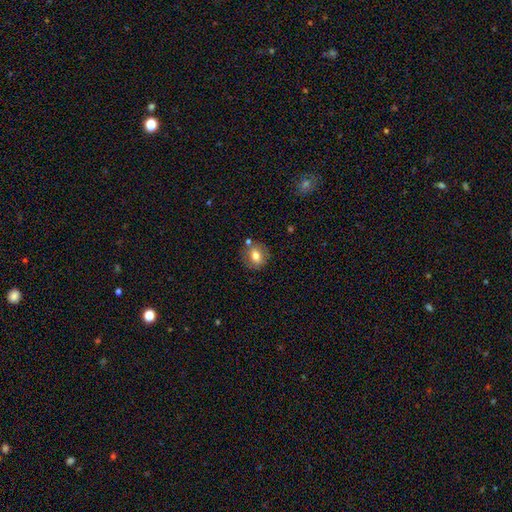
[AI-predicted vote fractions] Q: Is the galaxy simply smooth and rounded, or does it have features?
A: smooth — 71%.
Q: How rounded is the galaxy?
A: round — 68%.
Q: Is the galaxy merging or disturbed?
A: none — 73%.